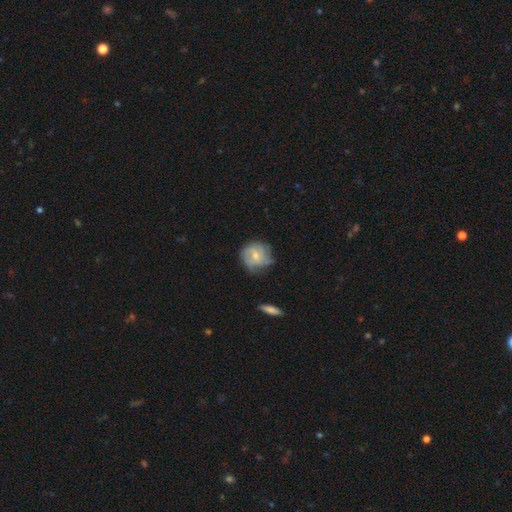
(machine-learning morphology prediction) Smooth or featured? featured or disk (58%)
Edge-on disk? no (97%)
Bar? no (55%)
Spiral arms? yes (82%)
Bulge size? small (55%)
Merging? none (64%)